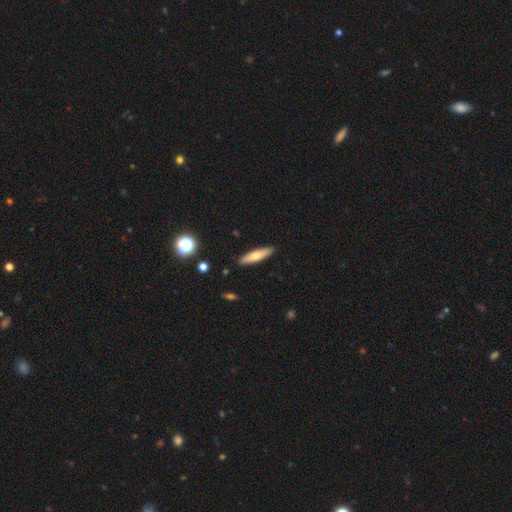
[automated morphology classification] Smooth or featured? smooth (67%)
How rounded? cigar-shaped (77%)
Merging? none (90%)